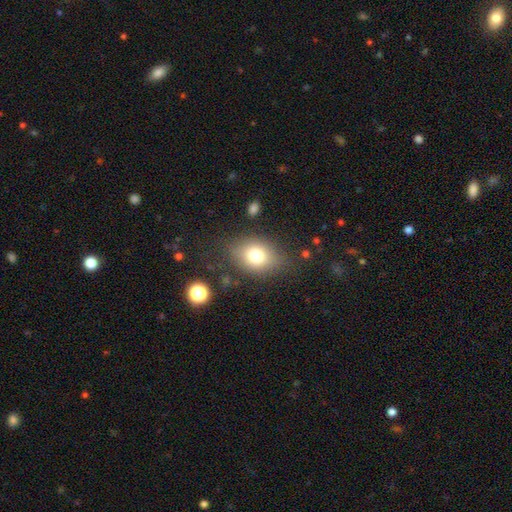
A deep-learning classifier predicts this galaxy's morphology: smooth-or-featured: smooth: 76% | featured or disk: 13% | star or artifact: 12%
  how-rounded: in between: 60% | round: 38% | cigar-shaped: 1%
  merging: none: 74% | minor disturbance: 16% | major disturbance: 7% | merger: 3%